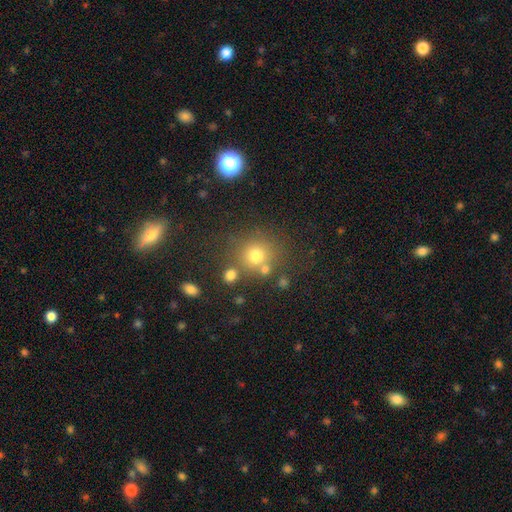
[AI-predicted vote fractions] This appears to be a smooth galaxy with no disk features (71%) that is round (89%). Merging: none (70%).